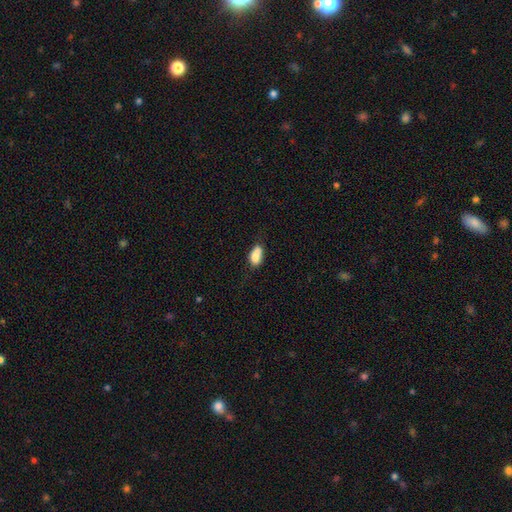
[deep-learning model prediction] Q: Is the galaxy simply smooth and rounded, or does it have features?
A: smooth — 80%.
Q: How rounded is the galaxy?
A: in between — 86%.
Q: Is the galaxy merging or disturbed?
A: none — 45%.